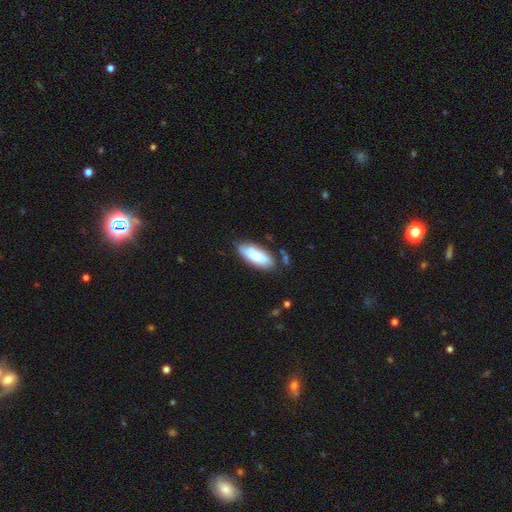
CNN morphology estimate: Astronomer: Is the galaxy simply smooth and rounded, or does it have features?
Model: smooth — 77%.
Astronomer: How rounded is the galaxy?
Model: in between — 77%.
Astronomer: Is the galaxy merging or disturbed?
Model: none — 71%.